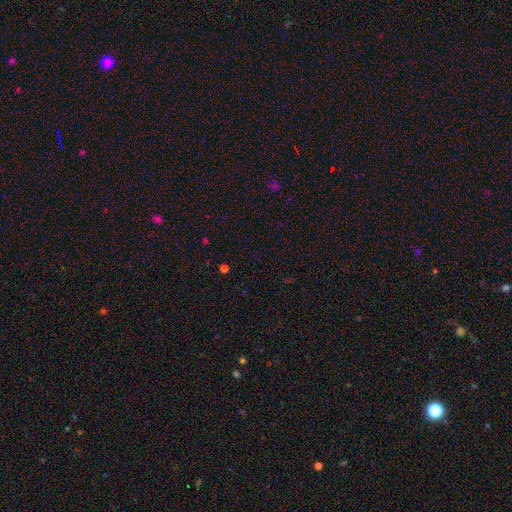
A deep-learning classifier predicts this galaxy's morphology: Overall: star or artifact (65%; smooth 28%).